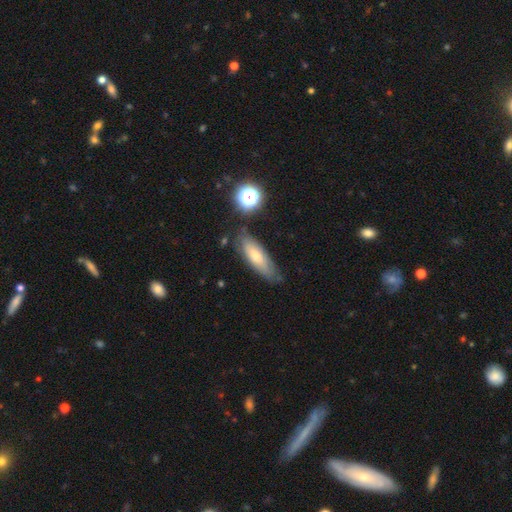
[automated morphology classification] Smooth or featured? Predicted: smooth (p=0.64). How rounded? Predicted: in between (p=0.54). Merging? Predicted: none (p=0.69).